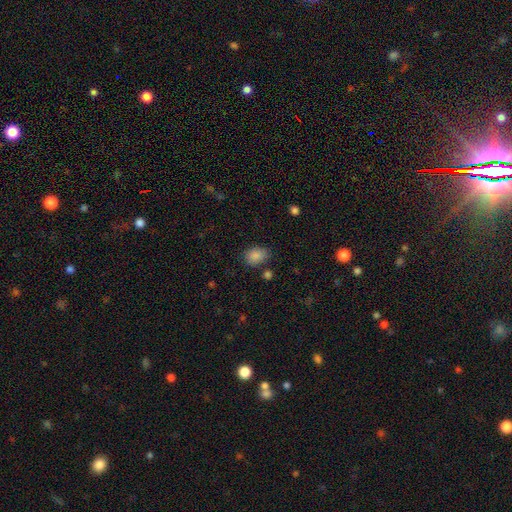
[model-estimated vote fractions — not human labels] Q: Smooth or featured?
A: smooth (87%); runner-up: star or artifact (9%)
Q: How rounded?
A: in between (71%); runner-up: round (28%)
Q: Merging?
A: none (74%); runner-up: minor disturbance (18%)